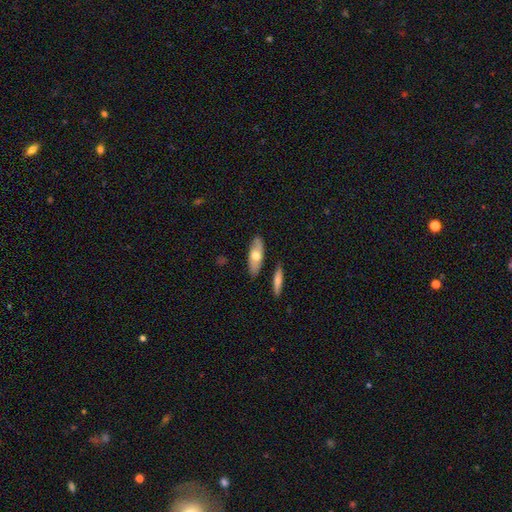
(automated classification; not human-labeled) A smooth galaxy with no disk features (59%) that is in between round and cigar-shaped (71%). Merging: none (80%).